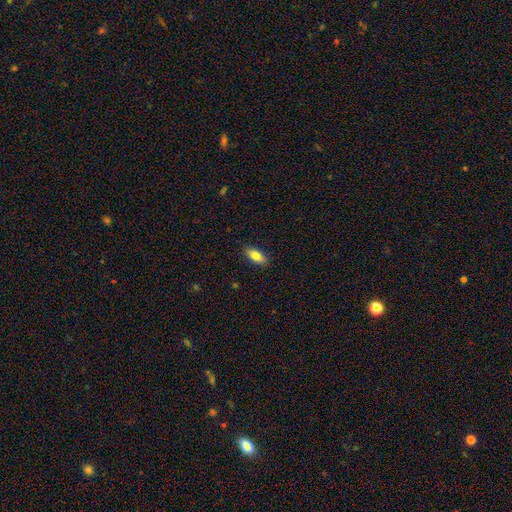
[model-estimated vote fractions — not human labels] smooth_or_featured: smooth (p=0.82) [alt: featured or disk p=0.11]
how_rounded: in between (p=0.78) [alt: cigar-shaped p=0.20]
merging: none (p=0.88) [alt: minor disturbance p=0.09]